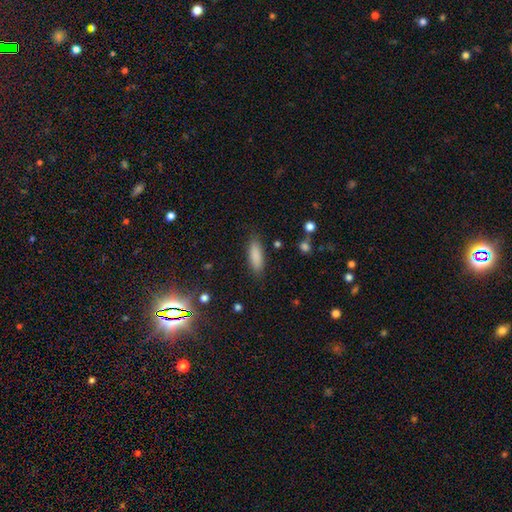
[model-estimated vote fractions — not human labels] smooth 86%, star or artifact 7%, featured or disk 6%. Down the decision tree: how rounded — in between (55%); merging — none (86%).